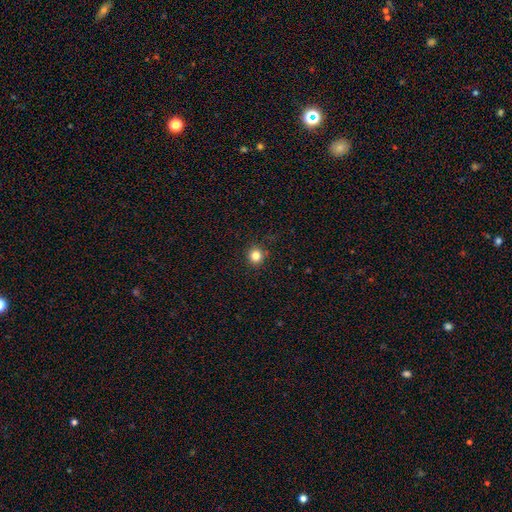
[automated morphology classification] Smooth or featured: smooth — 82% (star or artifact — 13%)
How rounded: round — 94% (in between — 5%)
Merging: none — 91% (minor disturbance — 6%)